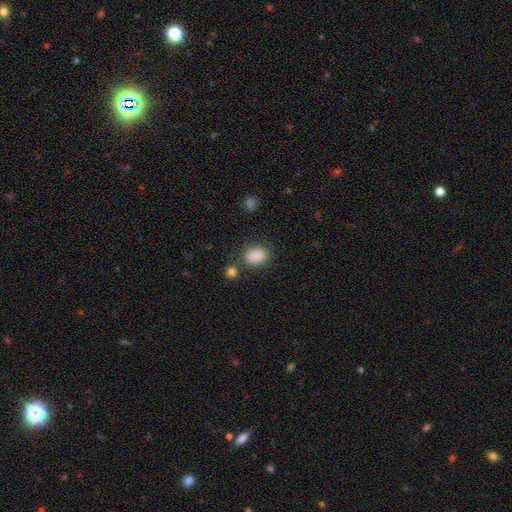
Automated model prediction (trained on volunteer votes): A smooth galaxy with no disk features (86%) that is in between round and cigar-shaped (73%).

Vote fractions:
- Smooth or featured? smooth: 86% / star or artifact: 10% / featured or disk: 4%
- How rounded? in between: 73% / round: 26% / cigar-shaped: 1%
- Merging? none: 74% / minor disturbance: 14% / merger: 7% / major disturbance: 4%